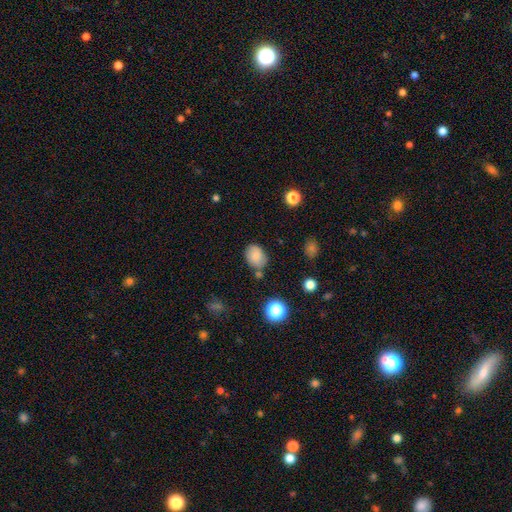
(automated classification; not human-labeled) Morphology: type=smooth (82%); roundness=in between (64%); merging=none (72%).